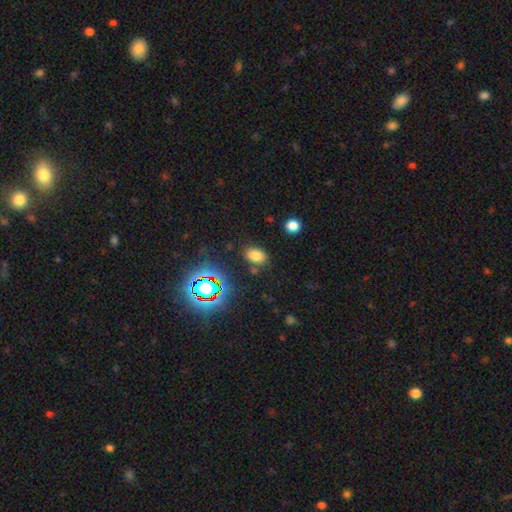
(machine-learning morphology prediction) Smooth or featured? Predicted: smooth (p=0.75). How rounded? Predicted: in between (p=0.83). Merging? Predicted: none (p=0.79).